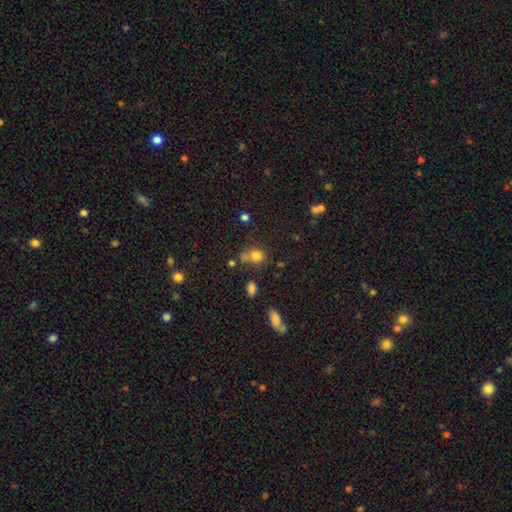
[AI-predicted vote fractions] A smooth galaxy with no disk features (78%) that is round (57%). Merging: none (47%).